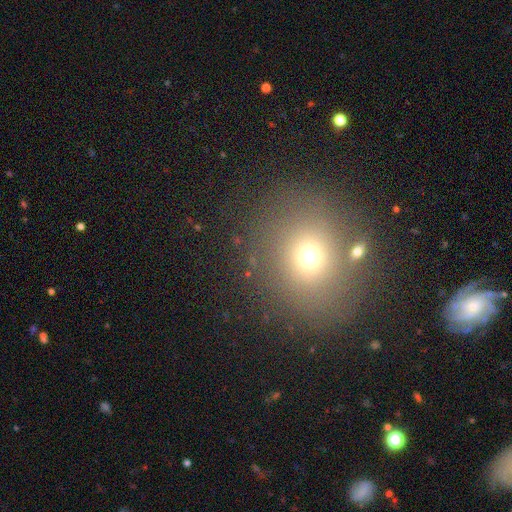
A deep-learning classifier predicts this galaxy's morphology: Smooth or featured?
  - smooth: 66% *
  - star or artifact: 23%
  - featured or disk: 11%
How rounded?
  - round: 80% *
  - in between: 19%
  - cigar-shaped: 1%
Merging?
  - none: 81% *
  - minor disturbance: 9%
  - merger: 5%
  - major disturbance: 4%